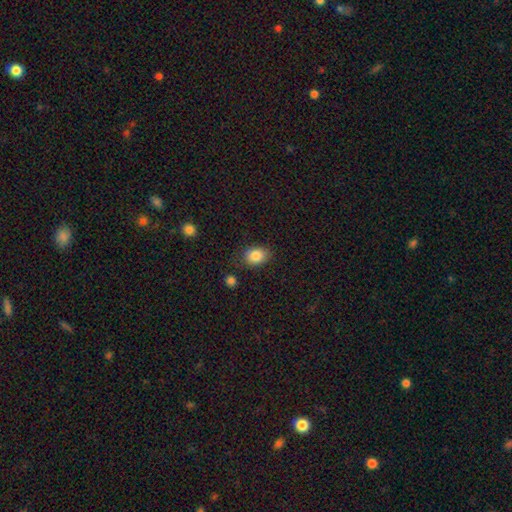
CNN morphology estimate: type=smooth (85%); roundness=in between (71%); merging=none (80%).